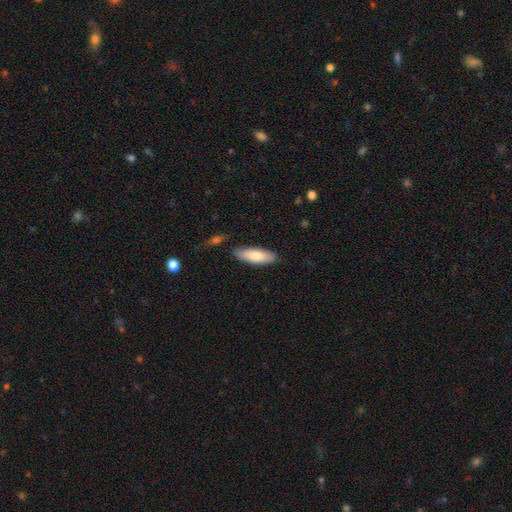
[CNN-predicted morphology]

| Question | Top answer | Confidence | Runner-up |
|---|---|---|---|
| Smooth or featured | smooth | 79% | featured or disk (15%) |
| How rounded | in between | 57% | cigar-shaped (41%) |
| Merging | none | 82% | minor disturbance (12%) |